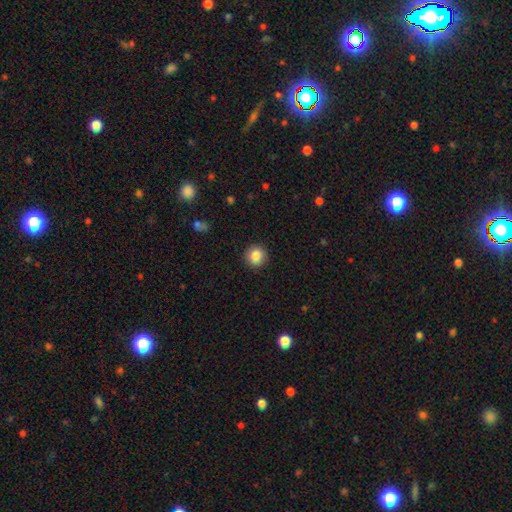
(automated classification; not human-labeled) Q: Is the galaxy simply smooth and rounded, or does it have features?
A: smooth — 85%.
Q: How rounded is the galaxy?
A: round — 92%.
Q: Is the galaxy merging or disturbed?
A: none — 92%.